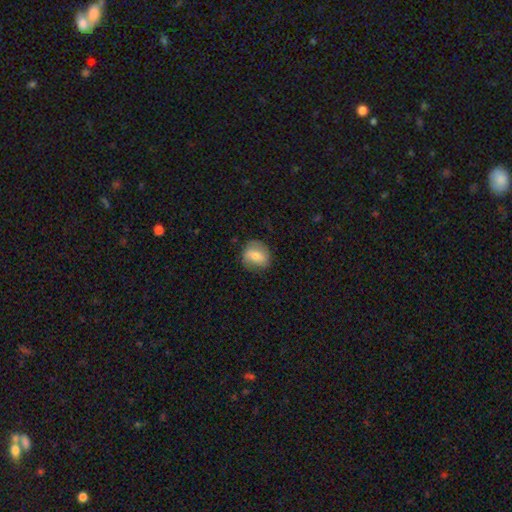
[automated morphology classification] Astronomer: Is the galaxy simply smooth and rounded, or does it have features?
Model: smooth — 63%.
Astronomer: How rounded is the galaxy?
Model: round — 63%.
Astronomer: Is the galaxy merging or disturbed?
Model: none — 75%.